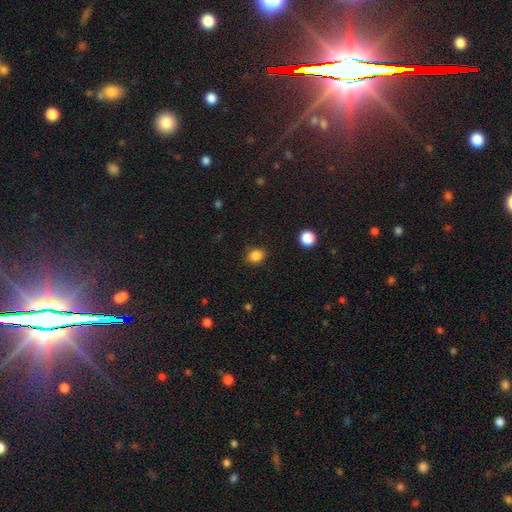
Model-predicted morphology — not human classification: Smooth or featured: smooth — 85% (star or artifact — 11%)
How rounded: round — 54% (in between — 45%)
Merging: none — 85% (minor disturbance — 11%)